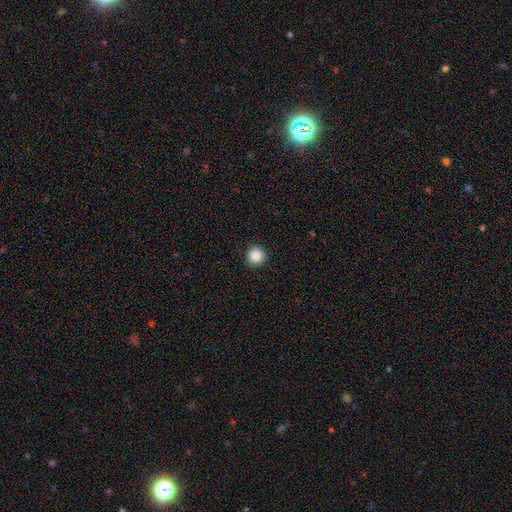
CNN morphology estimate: This appears to be a smooth galaxy with no disk features (87%) that is round (95%). Merging: none (91%).